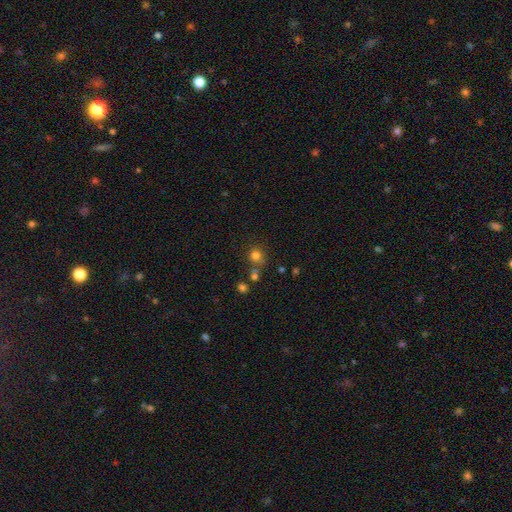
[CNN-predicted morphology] This appears to be a smooth galaxy with no disk features (78%) that is round (89%). Merging: none (68%).